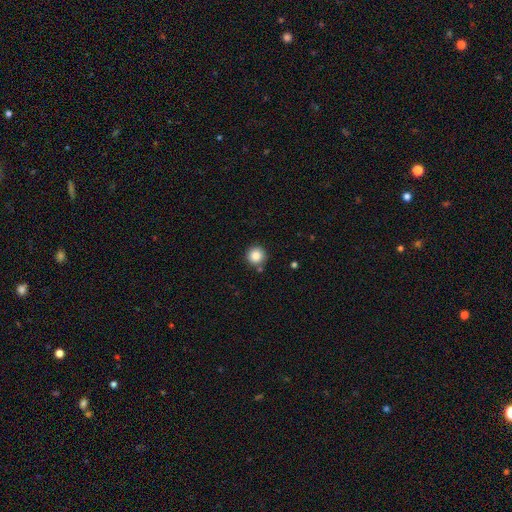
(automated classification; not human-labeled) smooth 86%, star or artifact 10%, featured or disk 4%. Down the decision tree: how rounded — round (96%); merging — none (86%).